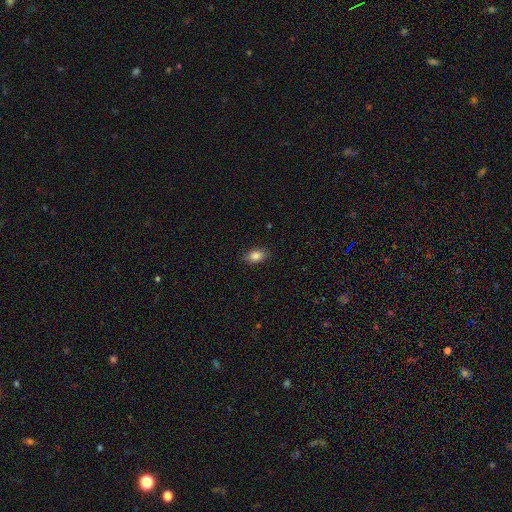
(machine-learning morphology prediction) Smooth or featured? Predicted: smooth (p=0.86). How rounded? Predicted: in between (p=0.87). Merging? Predicted: none (p=0.86).